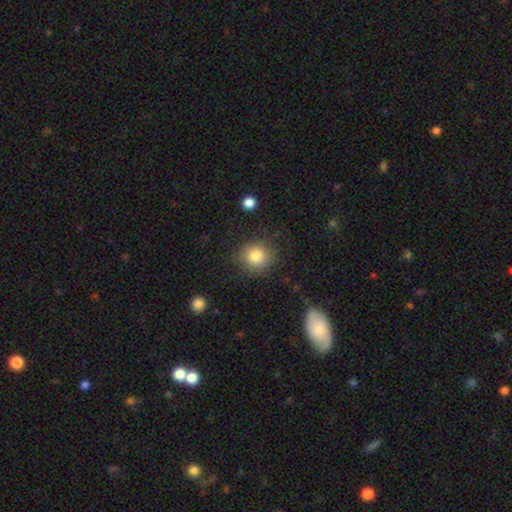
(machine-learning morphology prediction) smooth 82%, star or artifact 10%, featured or disk 8%. Down the decision tree: how rounded — round (88%); merging — none (83%).